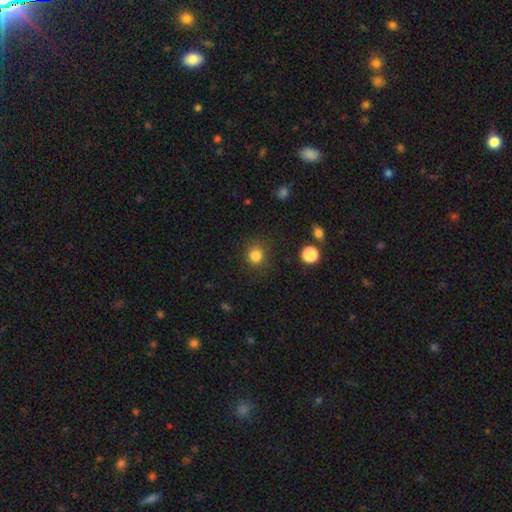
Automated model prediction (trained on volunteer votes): A smooth galaxy with no disk features (83%) that is round (88%). Merging: none (85%).